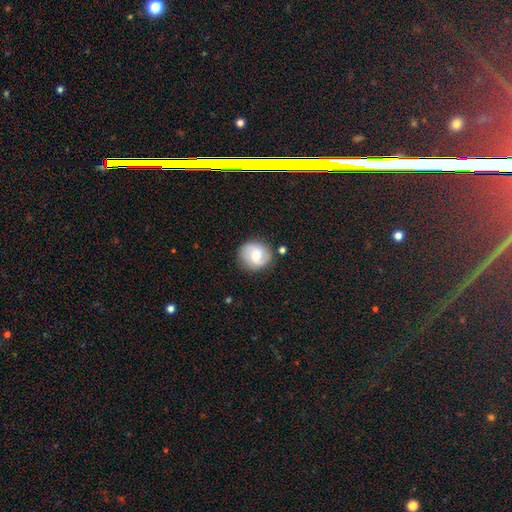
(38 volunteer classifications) Smooth or featured: featured or disk — 55% (smooth — 37%)
Edge-on disk: no — 100%
Bar: weak — 57% (no — 33%)
Spiral arms: yes — 86% (no — 14%)
Spiral winding: medium — 61% (loose — 33%)
Spiral arm count: 2 — 94% (can't tell — 6%)
Bulge size: small — 48% (moderate — 38%)
Merging: none — 80% (minor disturbance — 14%)